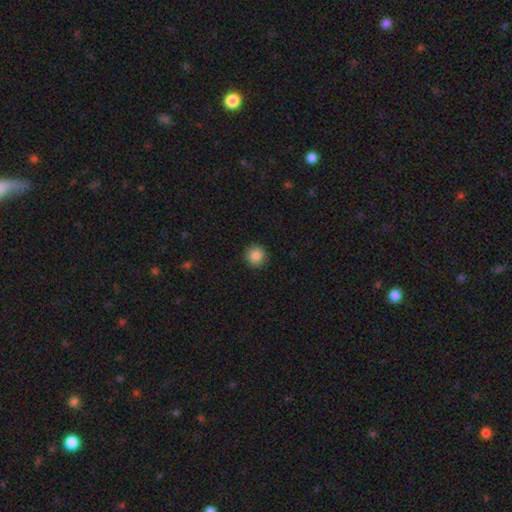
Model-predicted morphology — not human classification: Smooth or featured?
  - smooth: 86% *
  - star or artifact: 9%
  - featured or disk: 5%
How rounded?
  - round: 94% *
  - in between: 5%
  - cigar-shaped: 1%
Merging?
  - none: 91% *
  - minor disturbance: 6%
  - major disturbance: 2%
  - merger: 1%